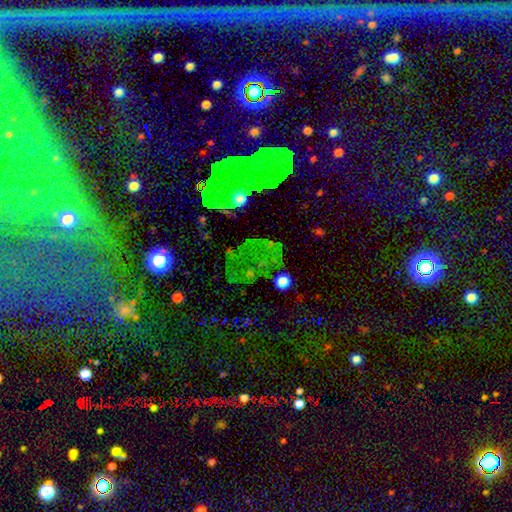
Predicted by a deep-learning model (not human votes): Smooth or featured? Predicted: star or artifact (p=0.64).